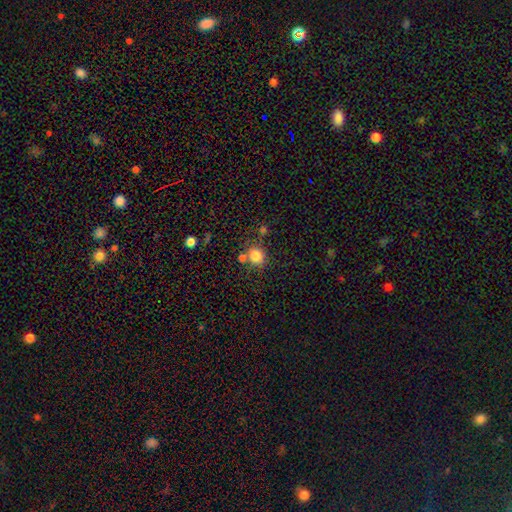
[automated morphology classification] This appears to be a smooth galaxy with no disk features (82%) that is round (80%). Merging: none (69%).